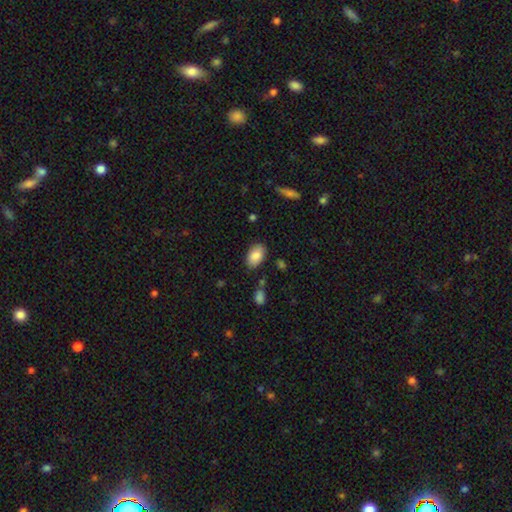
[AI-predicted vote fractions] smooth-or-featured: smooth: 86% | star or artifact: 7% | featured or disk: 7%
  how-rounded: in between: 90% | round: 8% | cigar-shaped: 1%
  merging: none: 81% | minor disturbance: 14% | major disturbance: 3% | merger: 3%